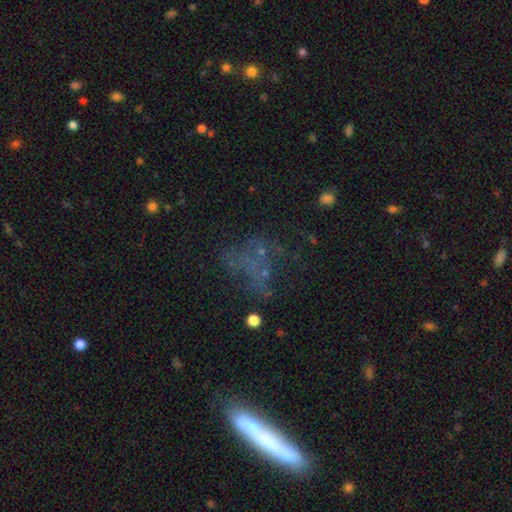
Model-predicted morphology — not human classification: Q: Smooth or featured?
A: star or artifact (34%); tied with: featured or disk (34%)